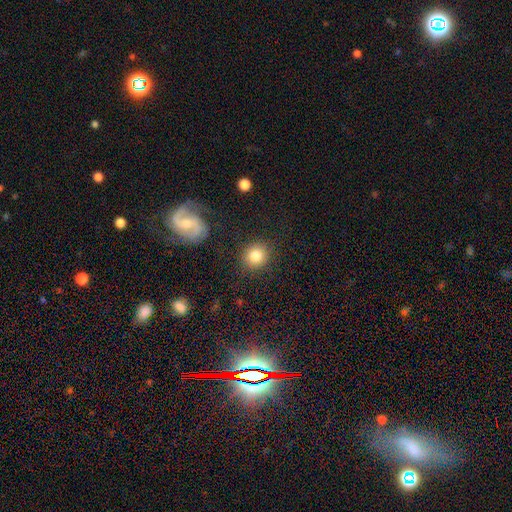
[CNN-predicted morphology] A smooth galaxy with no disk features (84%) that is round (84%). Merging: none (87%).